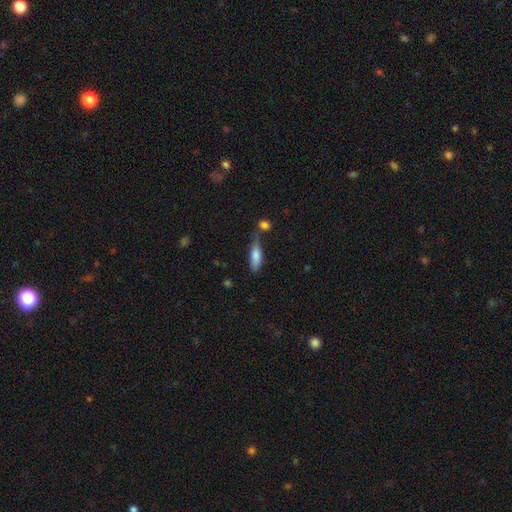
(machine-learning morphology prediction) smooth 77%, featured or disk 16%, star or artifact 7%. Down the decision tree: how rounded — in between (51%); merging — none (47%).